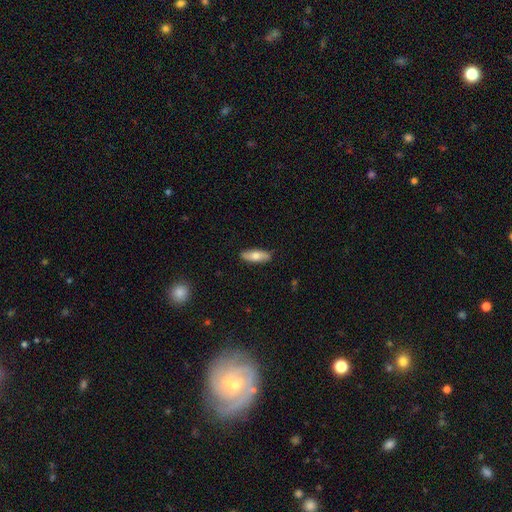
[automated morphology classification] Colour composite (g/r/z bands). It shows a smooth galaxy with no disk features (69%) that is in between round and cigar-shaped (61%). Merging: none (88%).